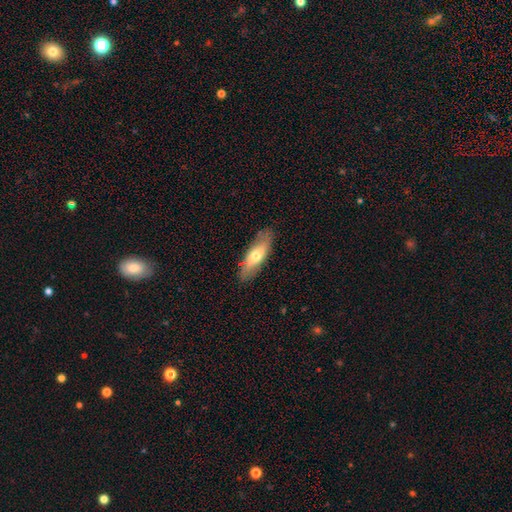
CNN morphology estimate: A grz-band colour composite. It shows a smooth galaxy with no disk features (59%) that is in between round and cigar-shaped (57%). Merging: none (83%).